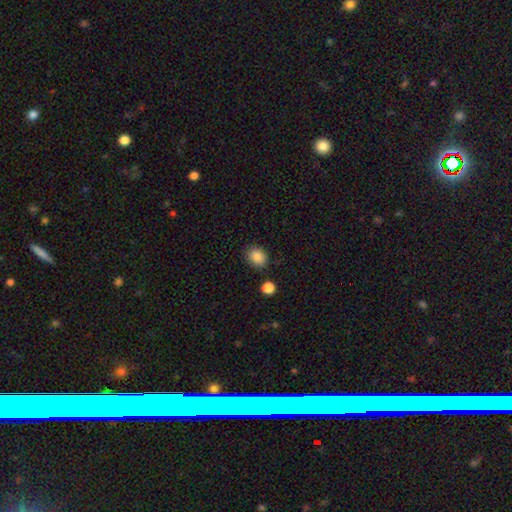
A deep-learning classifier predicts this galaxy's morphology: Overall: smooth (87%). How rounded: round (53%; in between 46%). Merging: none (85%).